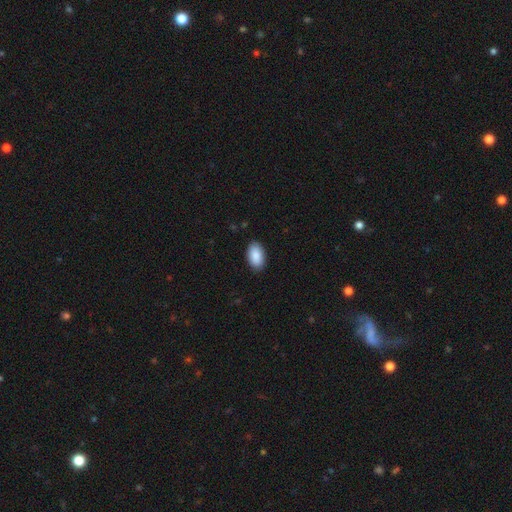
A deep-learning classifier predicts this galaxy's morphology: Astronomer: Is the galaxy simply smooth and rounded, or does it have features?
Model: smooth — 90%.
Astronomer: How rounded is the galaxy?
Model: in between — 95%.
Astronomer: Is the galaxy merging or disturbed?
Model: none — 88%.